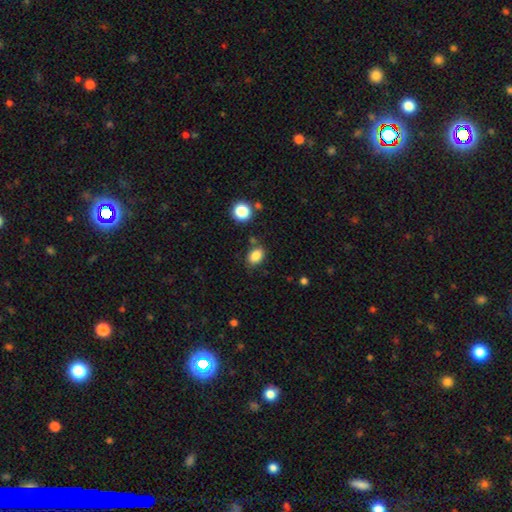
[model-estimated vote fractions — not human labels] Q: Smooth or featured?
A: smooth (85%); runner-up: star or artifact (10%)
Q: How rounded?
A: in between (75%); runner-up: round (24%)
Q: Merging?
A: none (78%); runner-up: minor disturbance (13%)